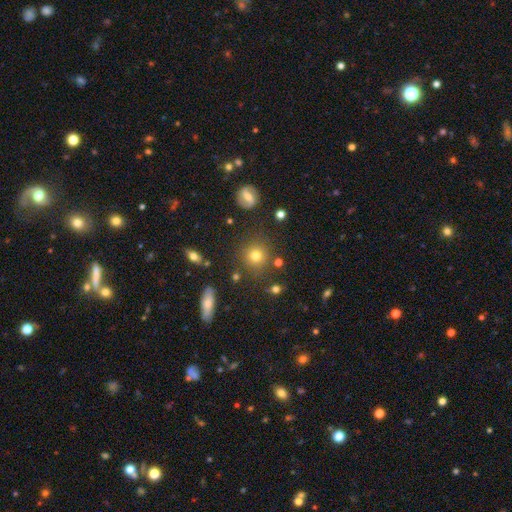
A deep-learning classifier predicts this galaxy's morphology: Smooth or featured? Predicted: smooth (p=0.74). How rounded? Predicted: round (p=0.91). Merging? Predicted: none (p=0.82).